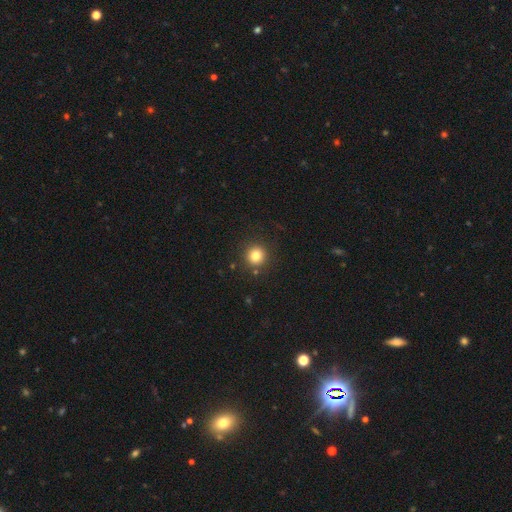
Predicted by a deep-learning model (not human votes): A smooth galaxy with no disk features (81%) that is round (94%). Merging: none (89%).